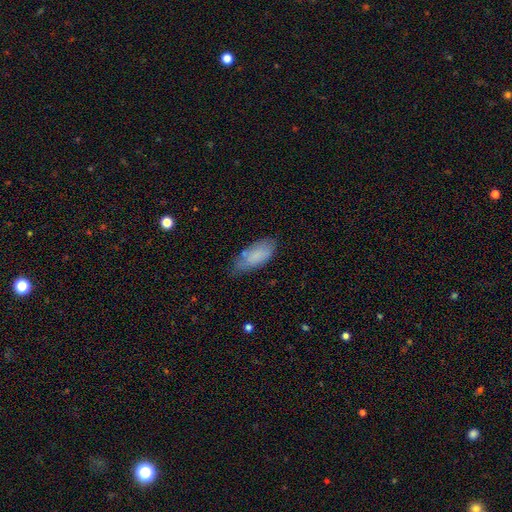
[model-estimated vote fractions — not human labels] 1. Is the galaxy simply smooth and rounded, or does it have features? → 80% smooth, 13% featured or disk, 7% star or artifact.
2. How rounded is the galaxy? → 85% in between, 13% cigar-shaped, 2% round.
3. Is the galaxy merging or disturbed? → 62% none, 28% minor disturbance, 7% major disturbance, 3% merger.